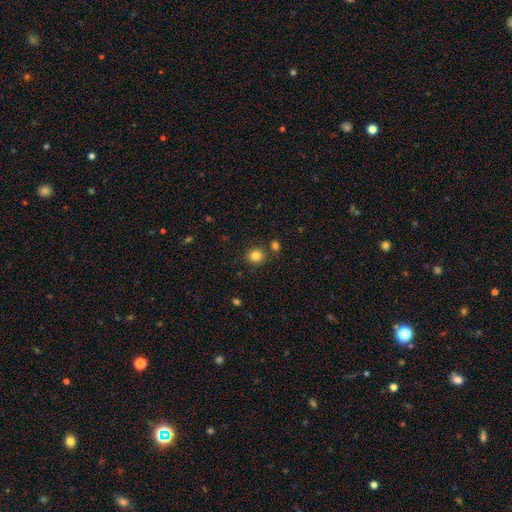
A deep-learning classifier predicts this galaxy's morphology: A smooth galaxy with no disk features (83%) that is round (86%).

Vote fractions:
- Smooth or featured? smooth: 83% / star or artifact: 12% / featured or disk: 5%
- How rounded? round: 86% / in between: 13% / cigar-shaped: 1%
- Merging? none: 81% / minor disturbance: 8% / merger: 8% / major disturbance: 3%